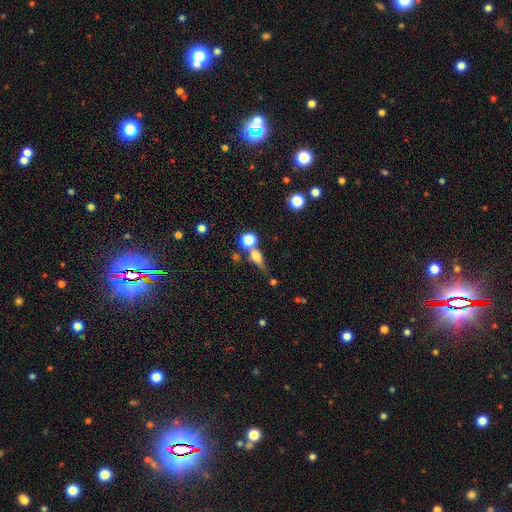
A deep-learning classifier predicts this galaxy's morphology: A smooth galaxy with no disk features (63%) that is in between round and cigar-shaped (42%).

Vote fractions:
- Smooth or featured? smooth: 63% / featured or disk: 22% / star or artifact: 15%
- How rounded? in between: 42% / round: 39% / cigar-shaped: 19%
- Merging? none: 46% / merger: 29% / minor disturbance: 15% / major disturbance: 10%